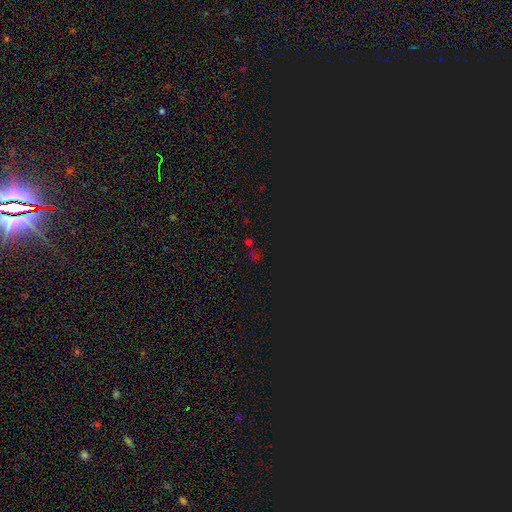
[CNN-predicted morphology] Smooth or featured? Predicted: star or artifact (p=0.69).